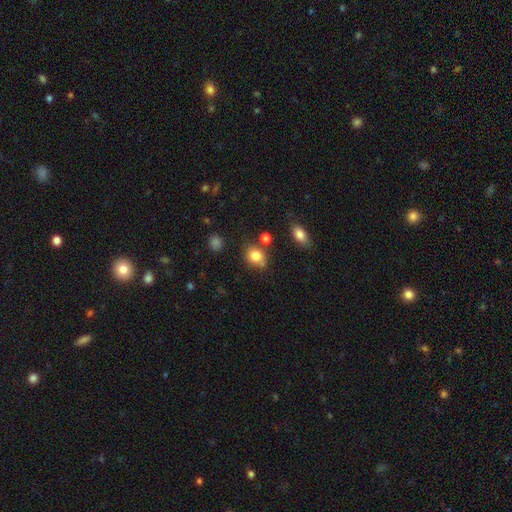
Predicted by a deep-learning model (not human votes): The model was most divided on "how rounded": round: 63%, in between: 36%, cigar-shaped: 1%. More confident: smooth or featured — smooth (83%); merging — none (68%).